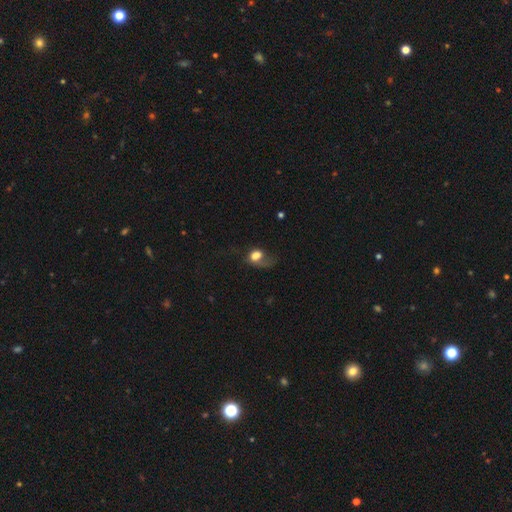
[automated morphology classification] This is likely a smooth galaxy (61%). How rounded: possibly in between (55%). Merging: possibly major disturbance (55%).